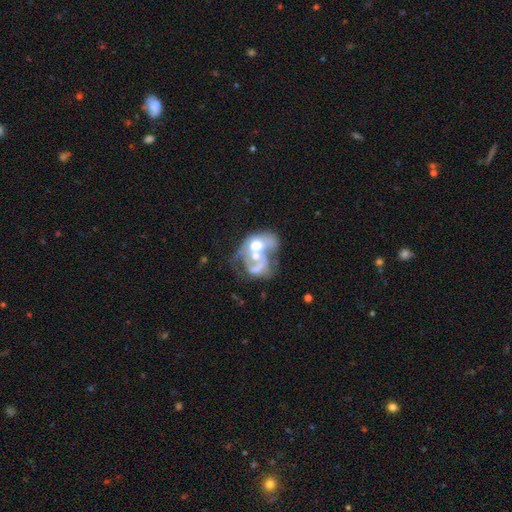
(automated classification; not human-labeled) Smooth or featured? Predicted: featured or disk (p=0.62). Edge-on disk? Predicted: no (p=0.97). Bar? Predicted: no (p=0.81). Spiral arms? Predicted: no (p=0.62). Bulge size? Predicted: moderate (p=0.56). Merging? Predicted: merger (p=0.69).